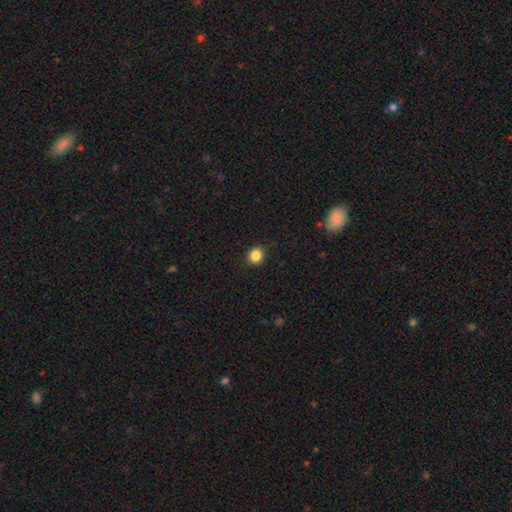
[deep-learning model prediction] smooth-or-featured: smooth: 84% | star or artifact: 11% | featured or disk: 5%
  how-rounded: round: 79% | in between: 20% | cigar-shaped: 1%
  merging: none: 88% | minor disturbance: 9% | major disturbance: 2% | merger: 1%